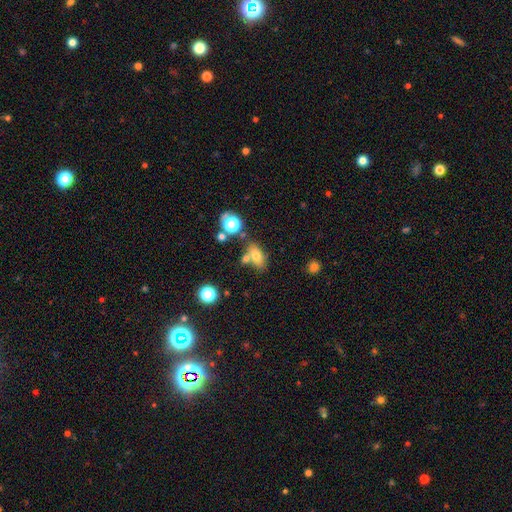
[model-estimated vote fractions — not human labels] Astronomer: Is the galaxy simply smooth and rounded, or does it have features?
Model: smooth — 72%.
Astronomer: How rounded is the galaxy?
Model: in between — 80%.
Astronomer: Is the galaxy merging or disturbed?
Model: none — 59%.